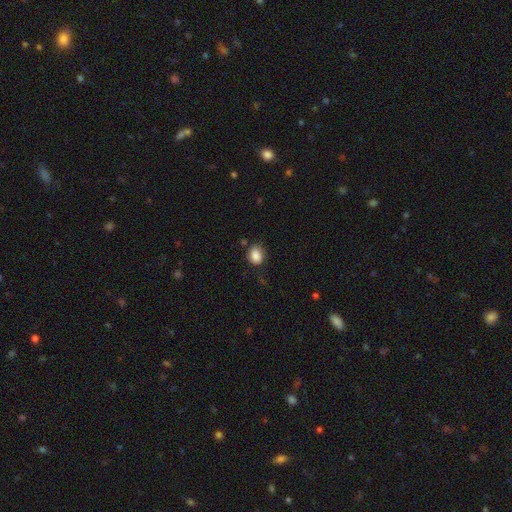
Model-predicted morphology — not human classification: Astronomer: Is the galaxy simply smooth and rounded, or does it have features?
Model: smooth — 87%.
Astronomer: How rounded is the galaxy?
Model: round — 53% (runner-up: in between, 46%).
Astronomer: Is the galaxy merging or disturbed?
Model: none — 71%.